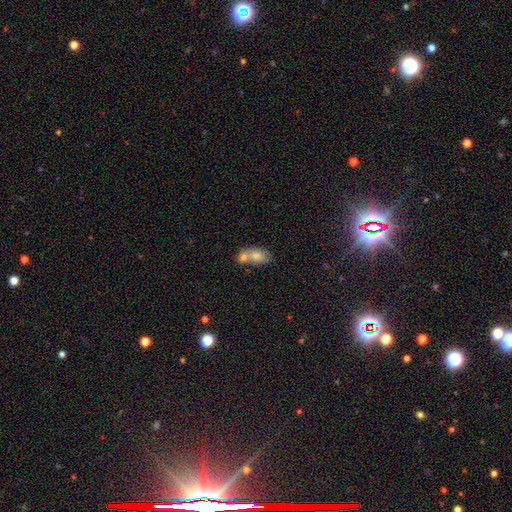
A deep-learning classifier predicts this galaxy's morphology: Smooth or featured? Predicted: smooth (p=0.73). How rounded? Predicted: in between (p=0.86). Merging? Predicted: merger (p=0.65).